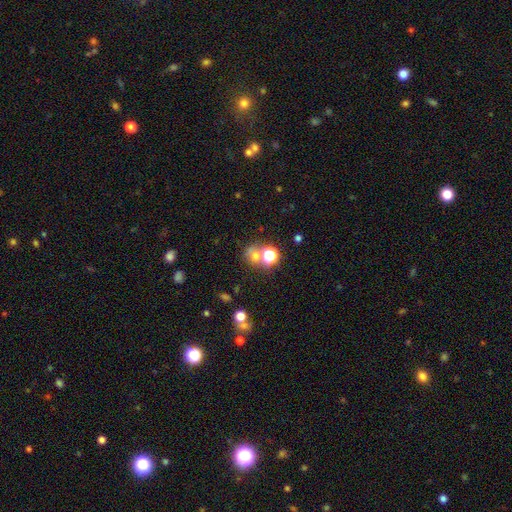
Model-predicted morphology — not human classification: smooth_or_featured: smooth (p=0.56) [alt: star or artifact p=0.32]
how_rounded: round (p=0.78) [alt: in between p=0.21]
merging: none (p=0.54) [alt: merger p=0.31]